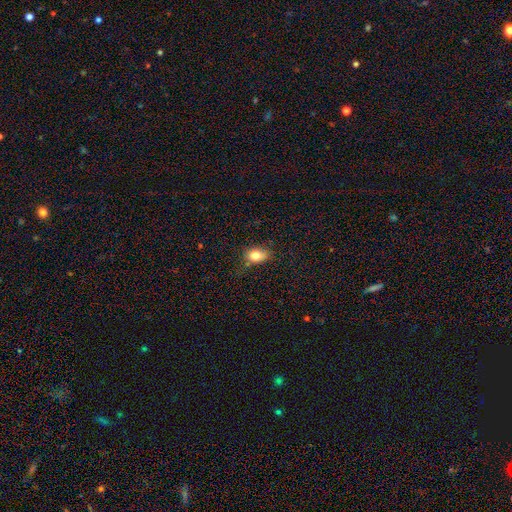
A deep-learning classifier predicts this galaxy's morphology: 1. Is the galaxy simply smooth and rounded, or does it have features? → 80% smooth, 11% star or artifact, 10% featured or disk.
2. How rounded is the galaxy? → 67% in between, 31% round, 2% cigar-shaped.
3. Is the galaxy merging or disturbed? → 62% none, 26% minor disturbance, 8% major disturbance, 4% merger.